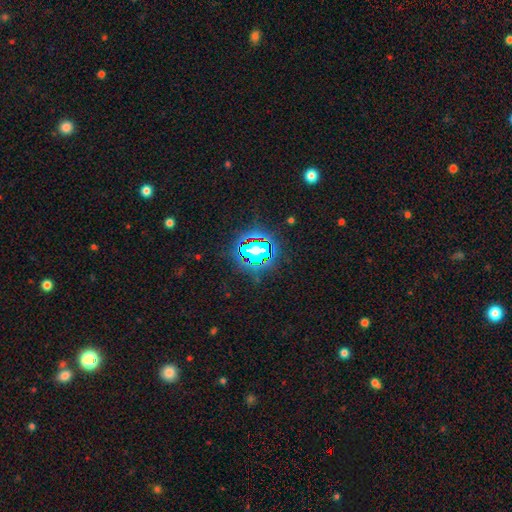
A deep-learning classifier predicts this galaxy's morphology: smooth_or_featured: star or artifact (p=0.81) [alt: smooth p=0.12]